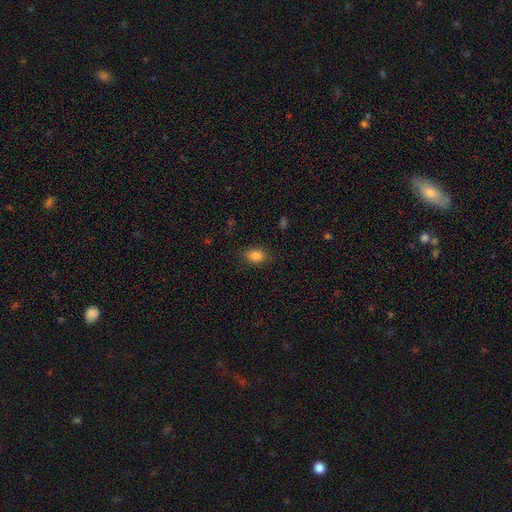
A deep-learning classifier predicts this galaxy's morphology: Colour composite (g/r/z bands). It shows a smooth galaxy with no disk features (84%) that is in between round and cigar-shaped (74%). Merging: none (83%).